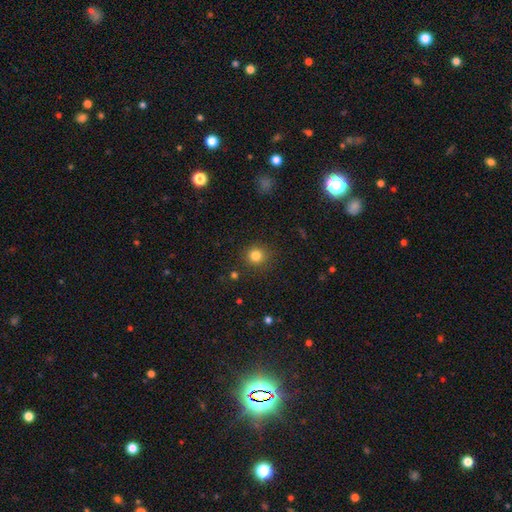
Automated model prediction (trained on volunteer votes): Morphology: type=smooth (82%); roundness=round (92%); merging=none (89%).